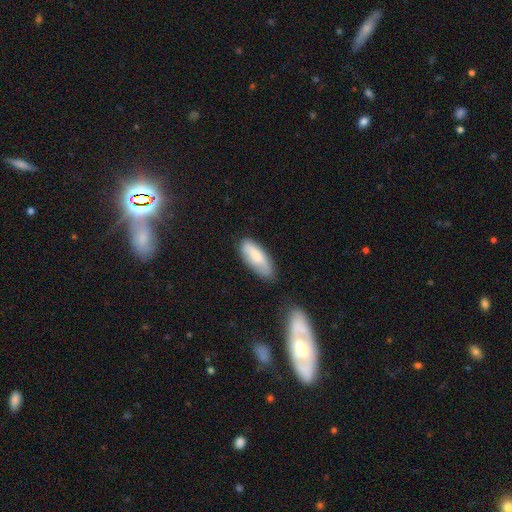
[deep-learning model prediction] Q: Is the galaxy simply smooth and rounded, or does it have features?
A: smooth — 76%.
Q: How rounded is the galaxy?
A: in between — 74%.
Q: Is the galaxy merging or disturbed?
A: none — 66%.